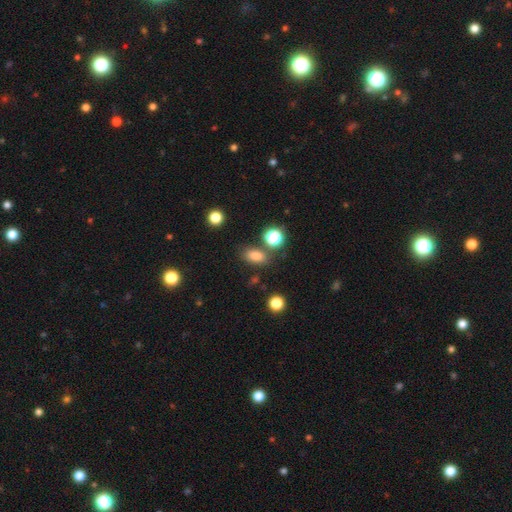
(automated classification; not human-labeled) Overall: smooth (78%). How rounded: in between (81%). Merging: none (74%).